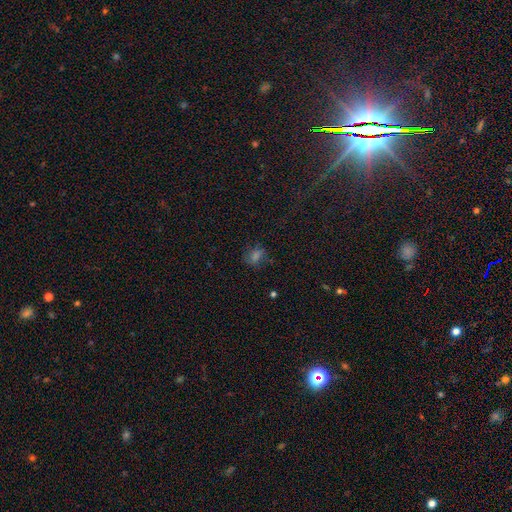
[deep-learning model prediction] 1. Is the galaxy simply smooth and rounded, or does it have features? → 46% smooth, 36% star or artifact, 18% featured or disk.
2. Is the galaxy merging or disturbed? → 75% none, 16% minor disturbance, 7% major disturbance, 2% merger.